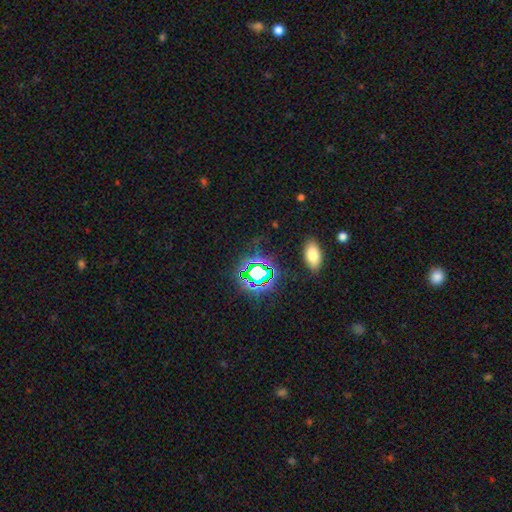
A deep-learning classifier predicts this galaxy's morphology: type=star or artifact (59%).